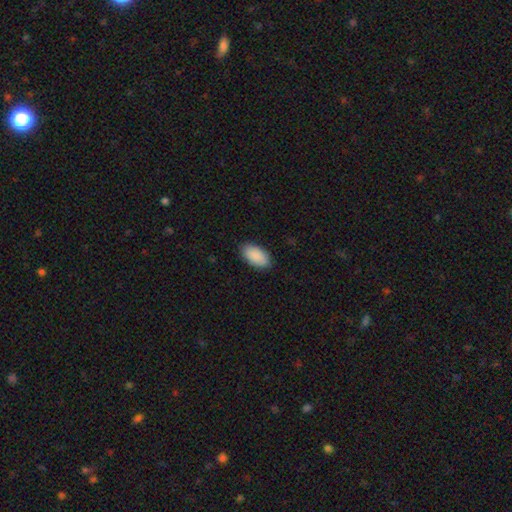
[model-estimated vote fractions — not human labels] Smooth or featured? smooth (91%)
How rounded? in between (95%)
Merging? none (87%)